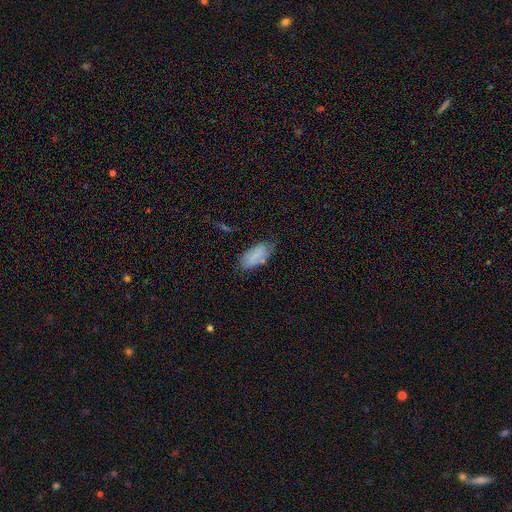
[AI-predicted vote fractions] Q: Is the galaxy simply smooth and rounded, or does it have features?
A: smooth — 78%.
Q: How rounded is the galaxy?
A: in between — 90%.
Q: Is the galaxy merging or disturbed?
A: none — 66%.